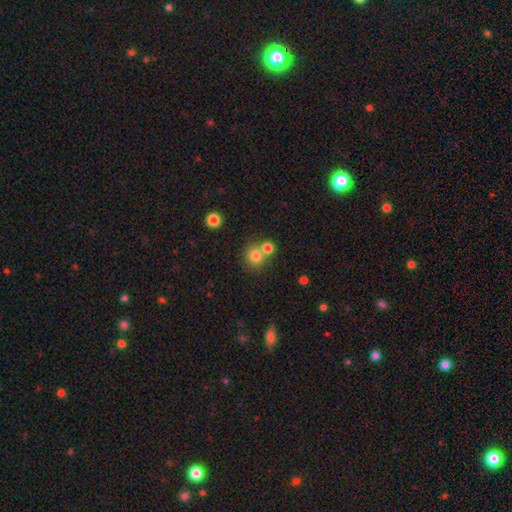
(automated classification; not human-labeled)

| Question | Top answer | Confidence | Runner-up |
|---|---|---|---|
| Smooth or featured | smooth | 78% | star or artifact (13%) |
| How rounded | round | 87% | in between (13%) |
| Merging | none | 59% | merger (30%) |